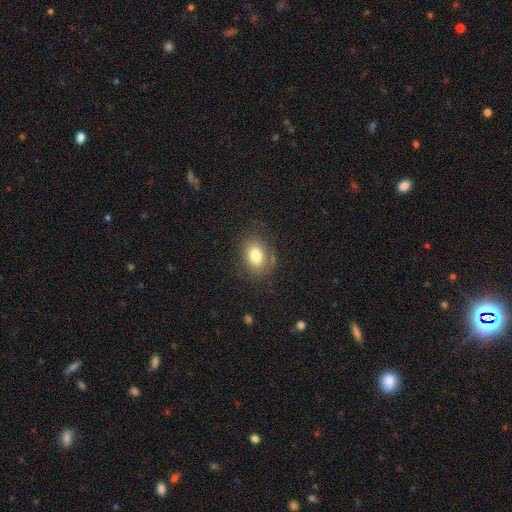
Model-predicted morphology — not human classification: Smooth or featured? smooth (79%)
How rounded? in between (70%)
Merging? none (78%)